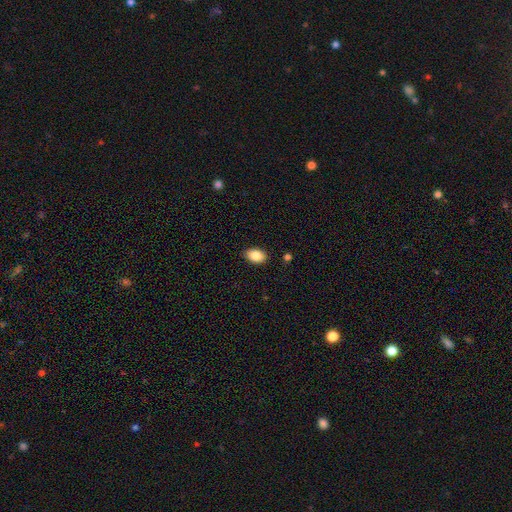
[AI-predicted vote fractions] Overall: smooth (87%). How rounded: in between (88%). Merging: none (88%).